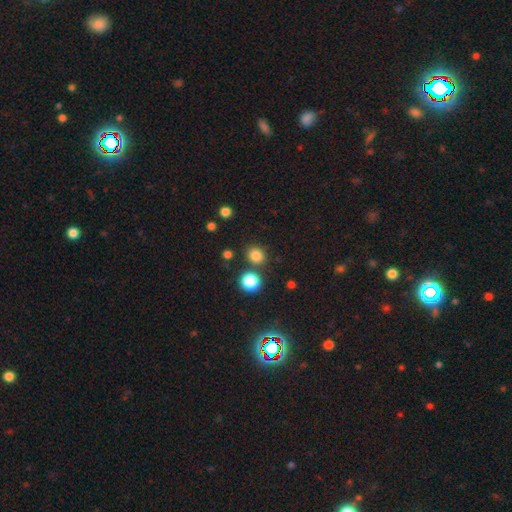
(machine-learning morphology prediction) This is clearly a smooth galaxy (80%). How rounded: clearly round (83%). Merging: clearly none (80%).